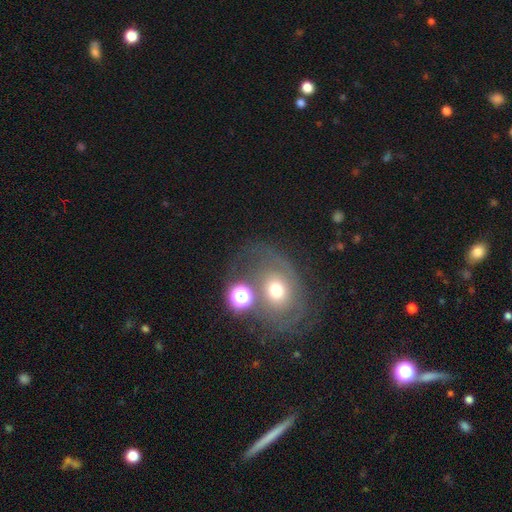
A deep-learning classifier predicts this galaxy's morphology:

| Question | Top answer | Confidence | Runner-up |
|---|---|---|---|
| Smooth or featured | featured or disk | 41% | smooth (37%) |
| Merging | none | 51% | merger (22%) |